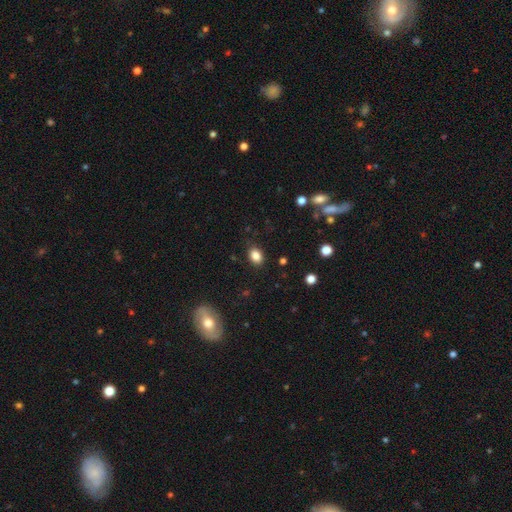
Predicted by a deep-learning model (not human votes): Smooth or featured?
  - smooth: 86% *
  - star or artifact: 10%
  - featured or disk: 4%
How rounded?
  - in between: 71% *
  - round: 28%
  - cigar-shaped: 1%
Merging?
  - none: 85% *
  - minor disturbance: 11%
  - major disturbance: 3%
  - merger: 1%